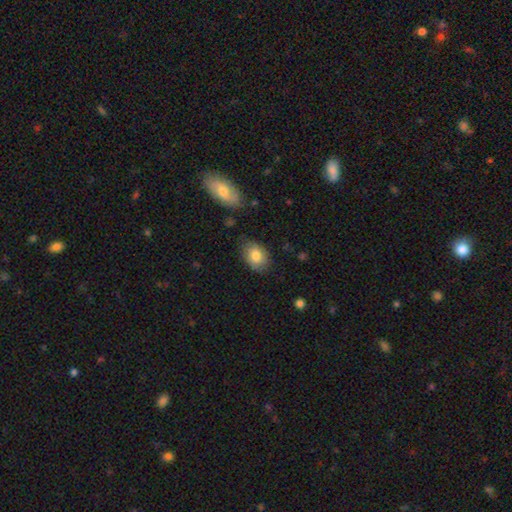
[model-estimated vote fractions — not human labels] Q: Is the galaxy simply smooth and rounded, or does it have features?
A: smooth — 81%.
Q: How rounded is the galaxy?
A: in between — 82%.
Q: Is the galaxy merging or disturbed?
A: none — 77%.